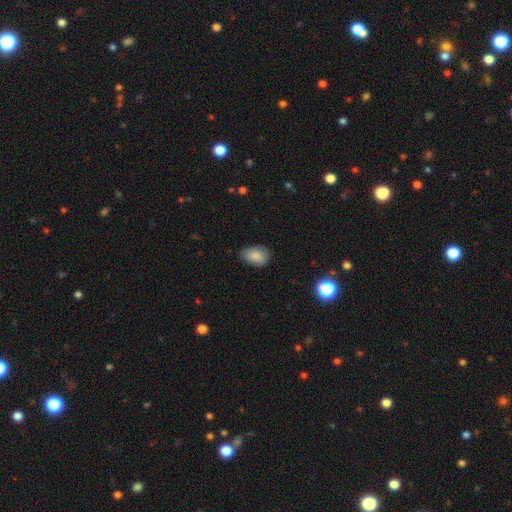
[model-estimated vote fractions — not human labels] Overall: smooth (86%). How rounded: in between (84%). Merging: none (72%).